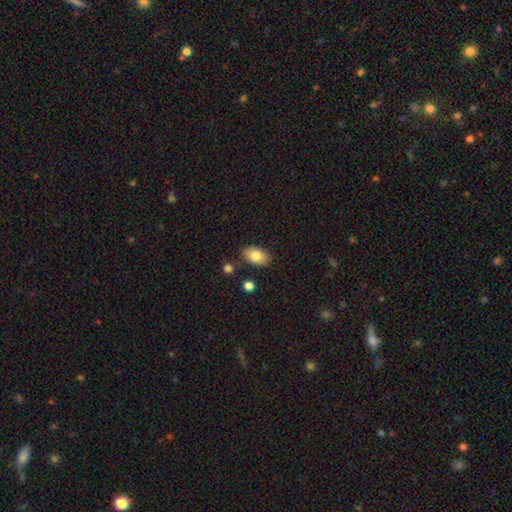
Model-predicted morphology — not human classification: type=smooth (83%); roundness=in between (88%); merging=none (82%).